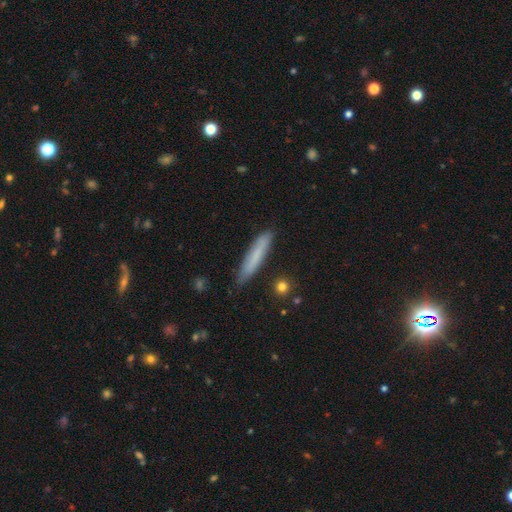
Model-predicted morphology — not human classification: Smooth or featured?
  - smooth: 72% *
  - featured or disk: 21%
  - star or artifact: 7%
How rounded?
  - cigar-shaped: 93% *
  - in between: 6%
  - round: 1%
Merging?
  - none: 85% *
  - minor disturbance: 11%
  - major disturbance: 2%
  - merger: 2%